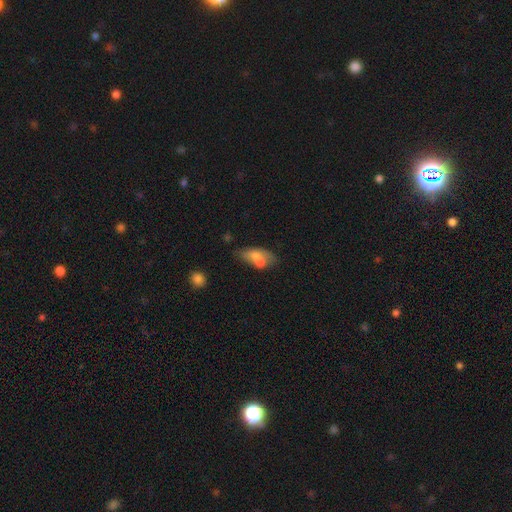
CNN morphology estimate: smooth 62%, featured or disk 29%, star or artifact 9%. Down the decision tree: how rounded — in between (81%); merging — merger (41%).